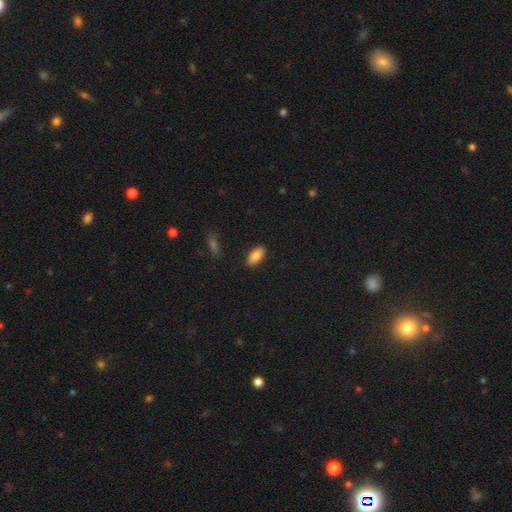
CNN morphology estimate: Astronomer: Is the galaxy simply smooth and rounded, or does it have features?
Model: smooth — 80%.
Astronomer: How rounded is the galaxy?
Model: in between — 87%.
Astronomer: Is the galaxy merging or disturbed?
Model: none — 88%.